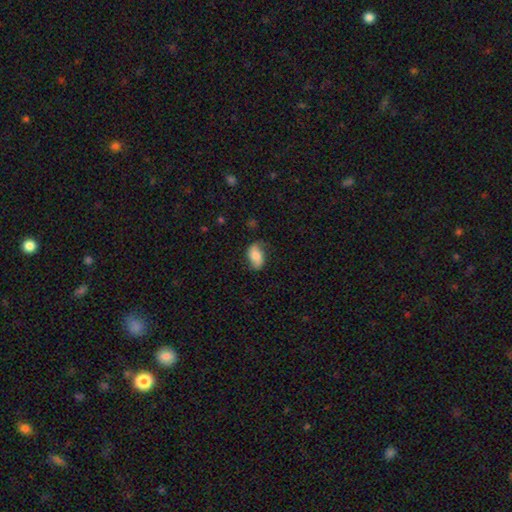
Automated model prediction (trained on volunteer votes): Smooth or featured?
  - smooth: 58% *
  - featured or disk: 35%
  - star or artifact: 8%
How rounded?
  - in between: 89% *
  - round: 8%
  - cigar-shaped: 3%
Merging?
  - none: 65% *
  - minor disturbance: 25%
  - major disturbance: 9%
  - merger: 2%